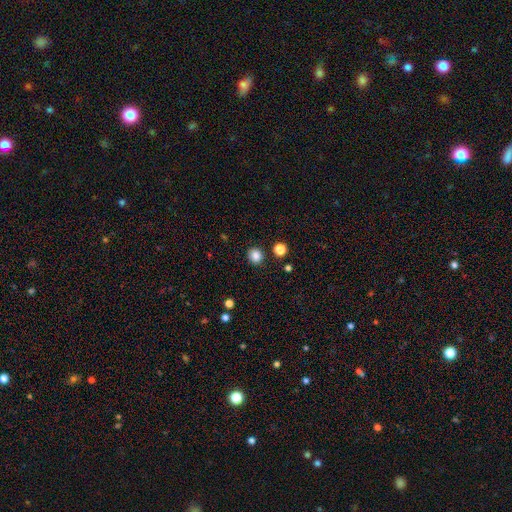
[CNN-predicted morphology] Smooth or featured: smooth — 85% (star or artifact — 11%)
How rounded: round — 87% (in between — 12%)
Merging: none — 89% (minor disturbance — 6%)